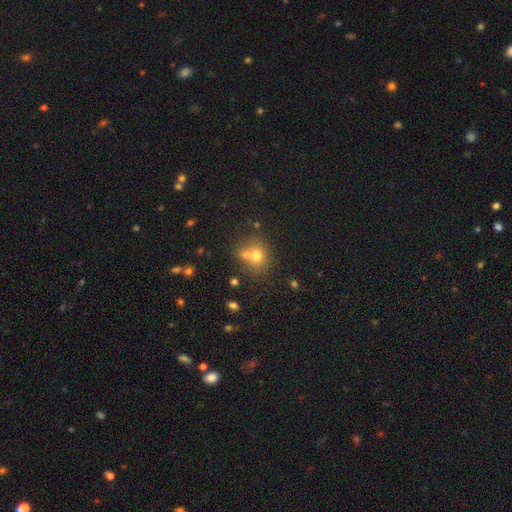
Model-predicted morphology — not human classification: The model was most divided on "merging": none: 44%, merger: 43%, minor disturbance: 9%, major disturbance: 4%. More confident: how rounded — round (73%); smooth or featured — smooth (69%).